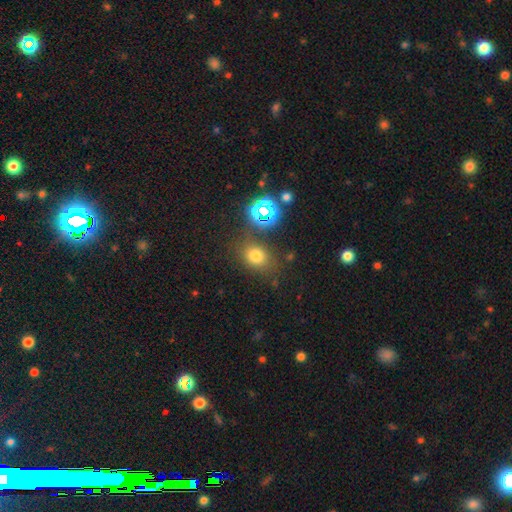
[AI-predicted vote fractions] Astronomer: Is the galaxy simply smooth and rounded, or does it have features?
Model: smooth — 70%.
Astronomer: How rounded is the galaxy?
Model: round — 54% (runner-up: in between, 44%).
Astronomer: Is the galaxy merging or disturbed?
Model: none — 75%.